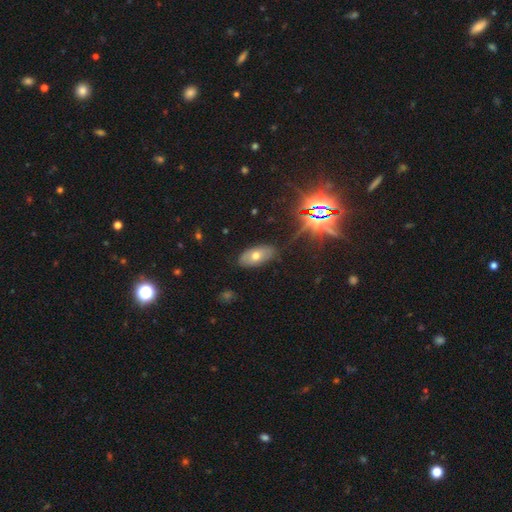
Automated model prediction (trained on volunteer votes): Smooth or featured? smooth (59%)
How rounded? in between (91%)
Merging? none (82%)